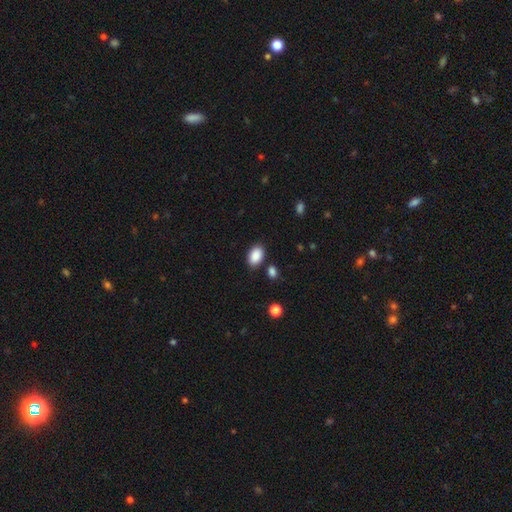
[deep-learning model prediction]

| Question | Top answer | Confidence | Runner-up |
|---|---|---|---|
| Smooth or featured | smooth | 89% | star or artifact (7%) |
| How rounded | in between | 89% | round (10%) |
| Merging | none | 83% | minor disturbance (10%) |